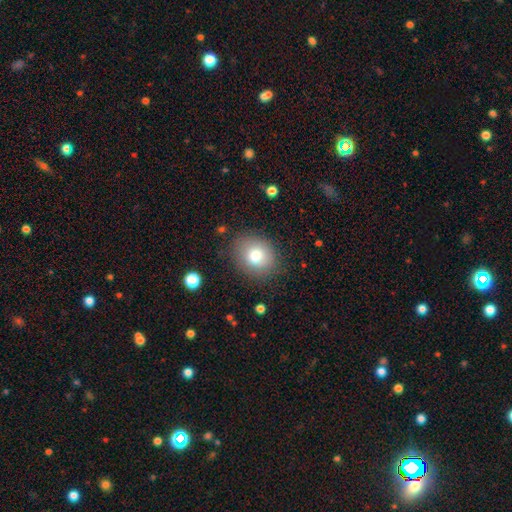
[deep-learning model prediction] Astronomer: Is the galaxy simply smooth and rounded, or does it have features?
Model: smooth — 77%.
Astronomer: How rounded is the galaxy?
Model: round — 64%.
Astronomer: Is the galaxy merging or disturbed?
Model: none — 81%.